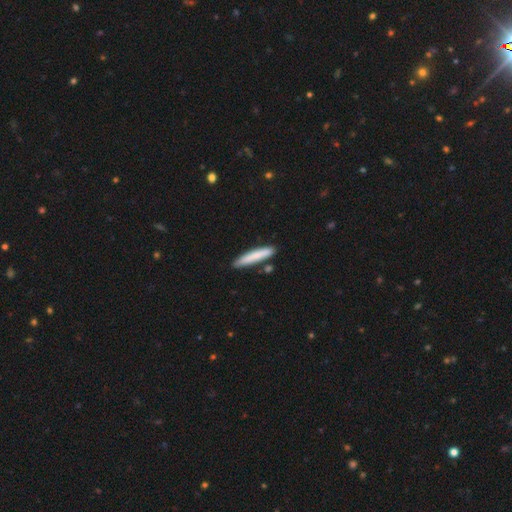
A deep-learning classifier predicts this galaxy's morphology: This is likely a smooth galaxy (79%). How rounded: clearly cigar-shaped (93%). Merging: clearly none (80%).